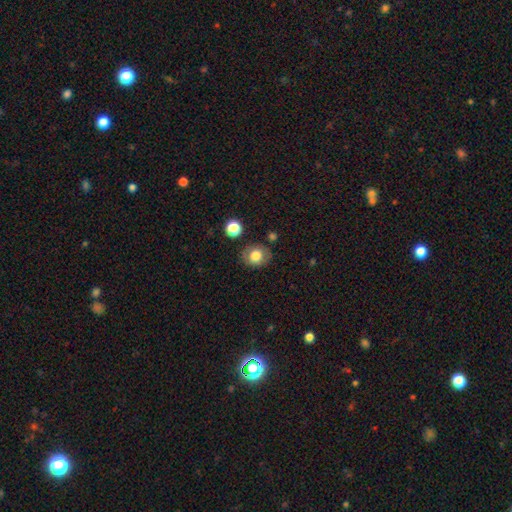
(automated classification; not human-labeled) A smooth galaxy with no disk features (78%) that is round (63%).

Vote fractions:
- Smooth or featured? smooth: 78% / featured or disk: 12% / star or artifact: 9%
- How rounded? round: 63% / in between: 36% / cigar-shaped: 1%
- Merging? none: 81% / minor disturbance: 12% / major disturbance: 4% / merger: 3%